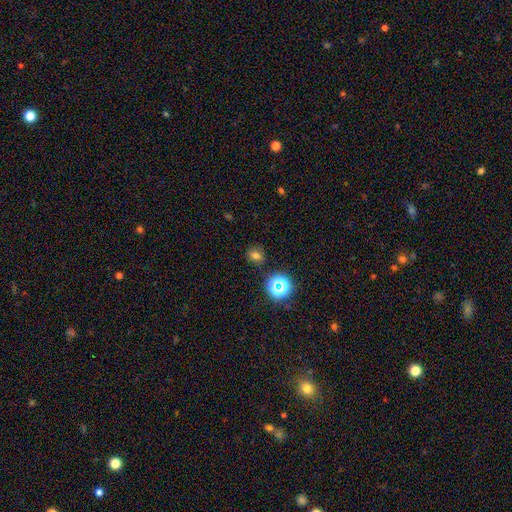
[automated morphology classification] Overall: smooth (63%; star or artifact 27%). How rounded: round (65%; in between 34%). Merging: none (83%).